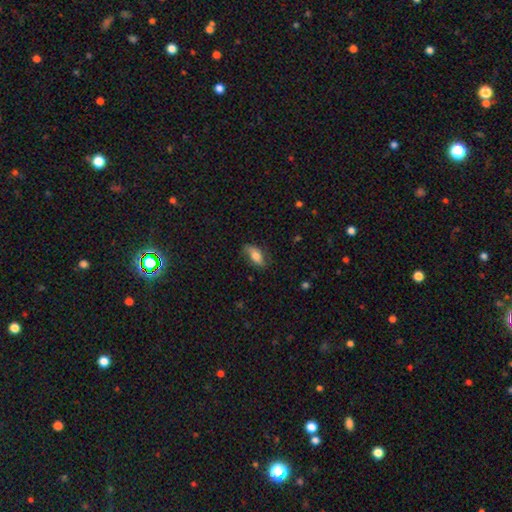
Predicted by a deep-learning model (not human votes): Smooth or featured?
  - smooth: 61% *
  - featured or disk: 31%
  - star or artifact: 8%
How rounded?
  - in between: 86% *
  - cigar-shaped: 9%
  - round: 5%
Merging?
  - none: 68% *
  - minor disturbance: 22%
  - major disturbance: 8%
  - merger: 1%